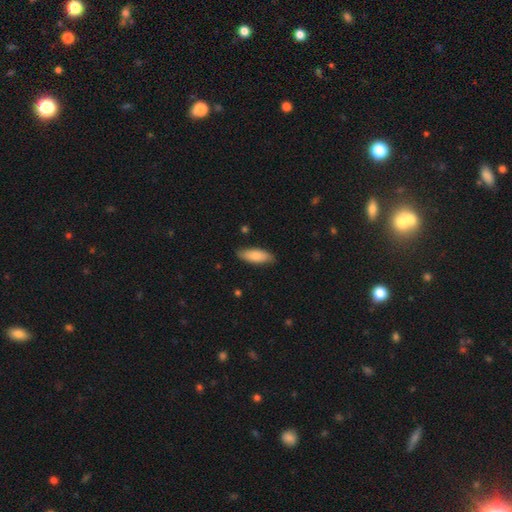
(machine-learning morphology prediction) This appears to be a smooth galaxy with no disk features (83%) that is in between round and cigar-shaped (69%). Merging: none (85%).